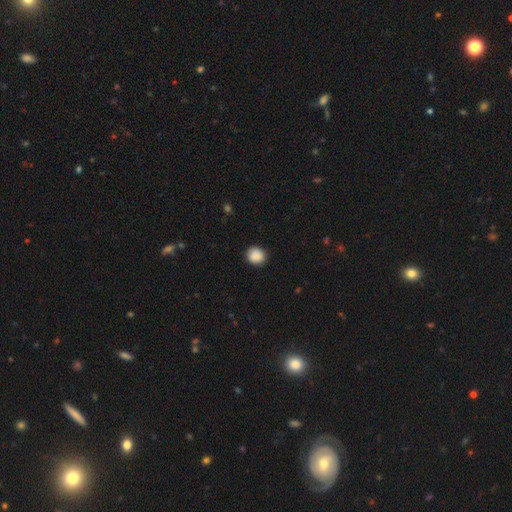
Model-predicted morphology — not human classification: A smooth galaxy with no disk features (89%) that is round (78%).

Vote fractions:
- Smooth or featured? smooth: 89% / star or artifact: 8% / featured or disk: 3%
- How rounded? round: 78% / in between: 21% / cigar-shaped: 1%
- Merging? none: 88% / minor disturbance: 9% / major disturbance: 2% / merger: 1%